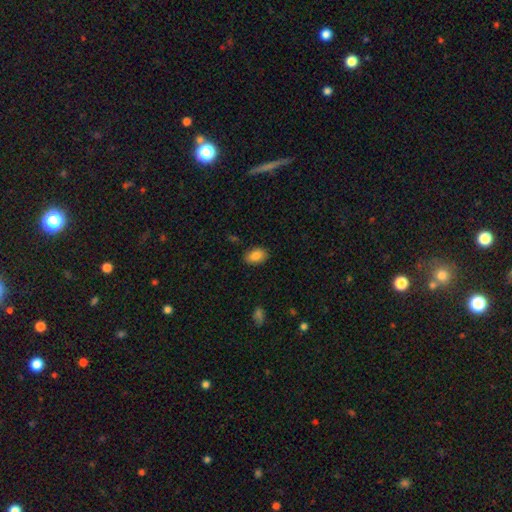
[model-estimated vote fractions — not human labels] Morphology: type=smooth (86%); roundness=in between (86%); merging=none (86%).